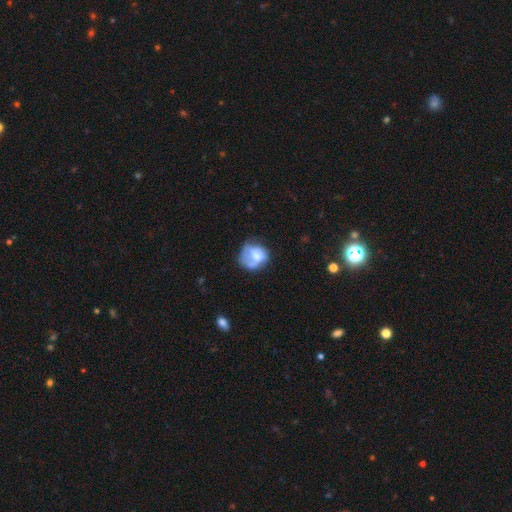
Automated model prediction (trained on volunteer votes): Smooth or featured? smooth (56%)
How rounded? round (62%)
Merging? none (37%)